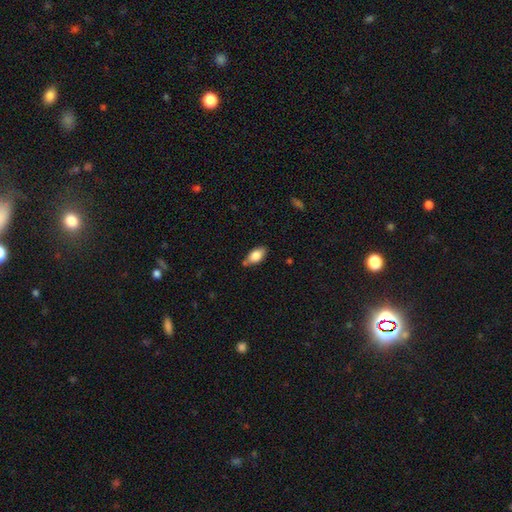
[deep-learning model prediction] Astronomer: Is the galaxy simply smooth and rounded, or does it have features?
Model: smooth — 79%.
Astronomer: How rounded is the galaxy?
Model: in between — 90%.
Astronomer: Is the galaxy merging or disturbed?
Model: none — 72%.